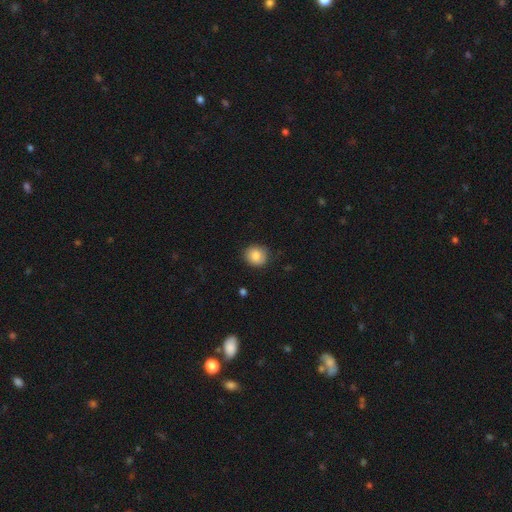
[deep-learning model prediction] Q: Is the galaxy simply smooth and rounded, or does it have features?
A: smooth — 83%.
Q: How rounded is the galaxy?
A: round — 83%.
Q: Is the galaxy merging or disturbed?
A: none — 86%.